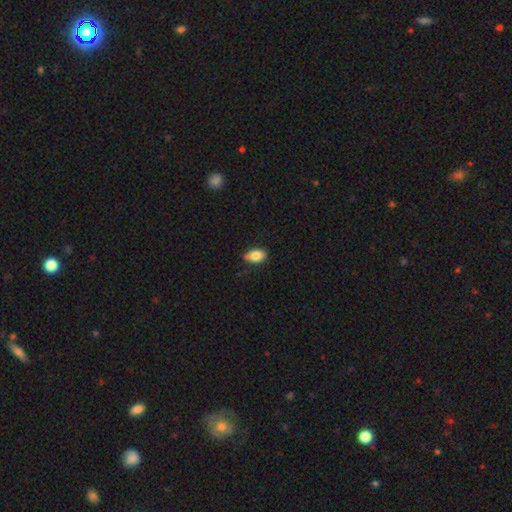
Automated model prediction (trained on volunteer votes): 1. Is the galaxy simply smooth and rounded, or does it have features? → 83% smooth, 9% featured or disk, 8% star or artifact.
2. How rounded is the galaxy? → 88% in between, 10% round, 2% cigar-shaped.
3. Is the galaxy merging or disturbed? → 77% none, 20% minor disturbance, 3% major disturbance, 1% merger.